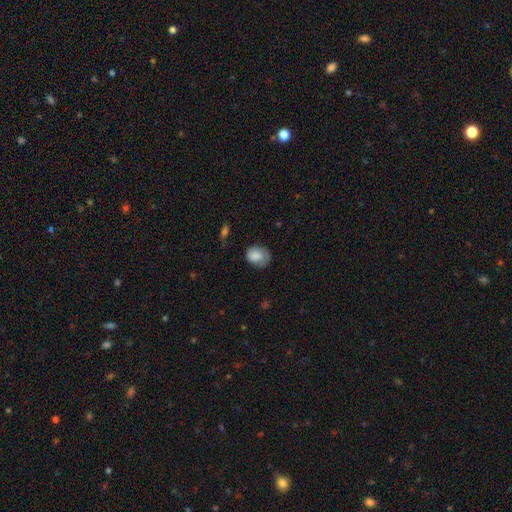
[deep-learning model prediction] smooth 79%, featured or disk 14%, star or artifact 8%. Down the decision tree: how rounded — in between (51%); merging — none (52%).